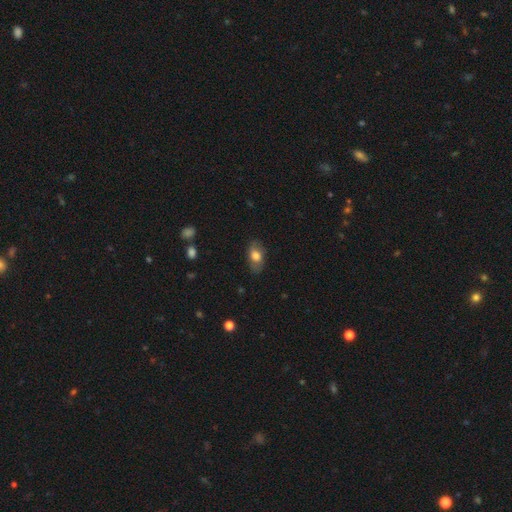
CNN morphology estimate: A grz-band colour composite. It shows a smooth galaxy with no disk features (69%) that is in between round and cigar-shaped (88%). Merging: none (77%).